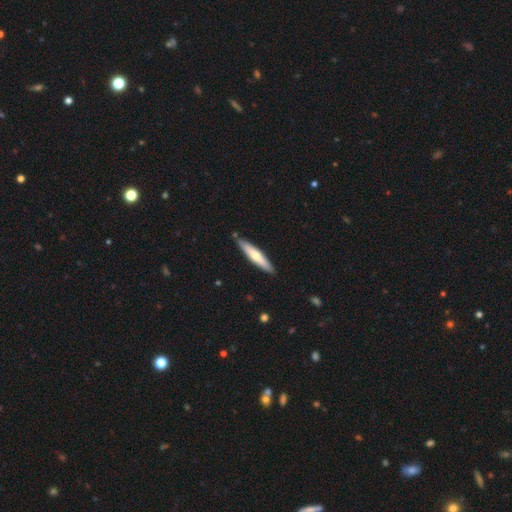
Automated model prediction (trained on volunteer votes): A smooth galaxy with no disk features (53%) that is cigar-shaped (86%).

Vote fractions:
- Smooth or featured? smooth: 53% / featured or disk: 42% / star or artifact: 5%
- How rounded? cigar-shaped: 86% / in between: 12% / round: 1%
- Merging? none: 87% / minor disturbance: 9% / merger: 2% / major disturbance: 2%